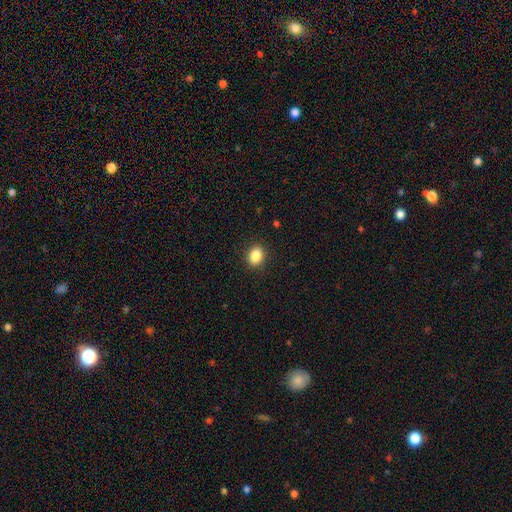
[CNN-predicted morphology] smooth_or_featured: smooth (p=0.87) [alt: star or artifact p=0.09]
how_rounded: in between (p=0.58) [alt: round p=0.41]
merging: none (p=0.90) [alt: minor disturbance p=0.07]